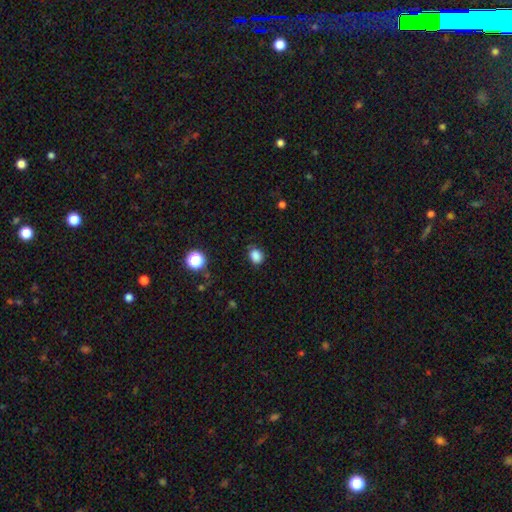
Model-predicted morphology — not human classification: smooth 84%, star or artifact 12%, featured or disk 4%. Down the decision tree: how rounded — round (53%); merging — none (79%).